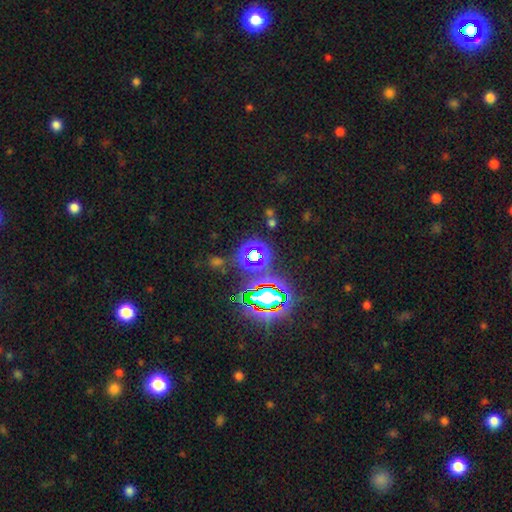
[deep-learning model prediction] smooth-or-featured: star or artifact: 74% | smooth: 17% | featured or disk: 9%